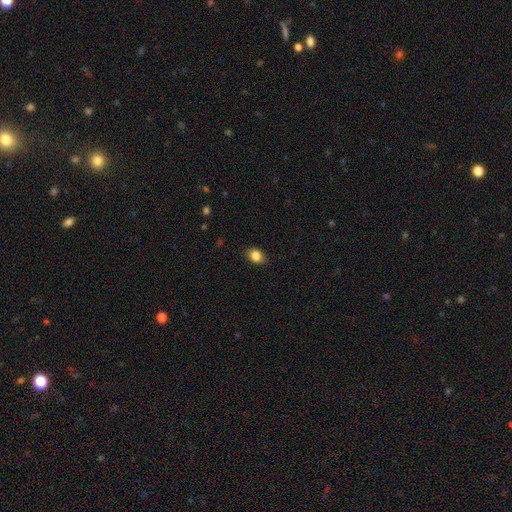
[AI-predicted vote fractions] Morphology: type=smooth (85%); roundness=in between (62%); merging=none (83%).